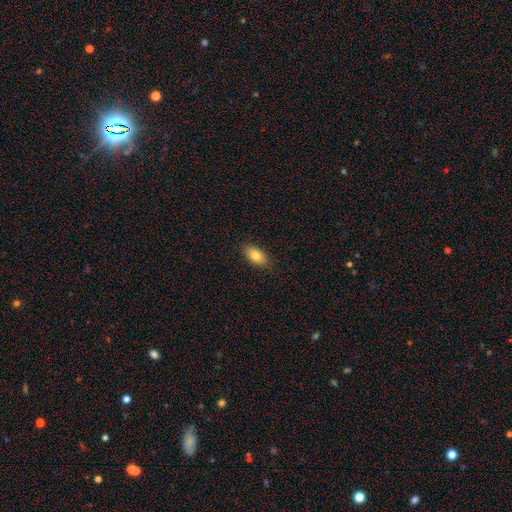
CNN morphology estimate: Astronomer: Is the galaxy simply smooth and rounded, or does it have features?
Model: smooth — 79%.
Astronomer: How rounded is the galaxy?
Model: in between — 90%.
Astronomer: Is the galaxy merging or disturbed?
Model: none — 88%.